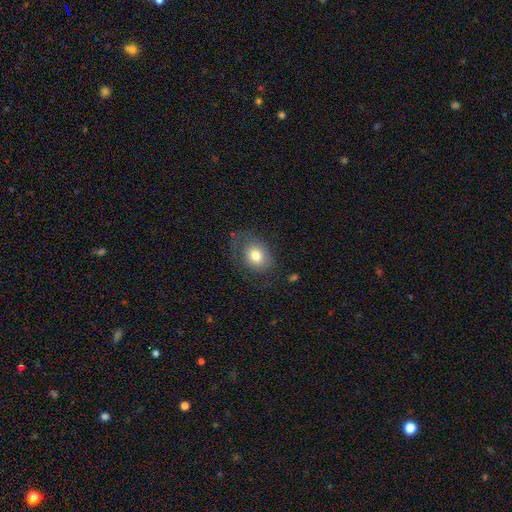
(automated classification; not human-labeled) smooth 72%, featured or disk 19%, star or artifact 9%. Down the decision tree: how rounded — in between (57%); merging — none (60%).